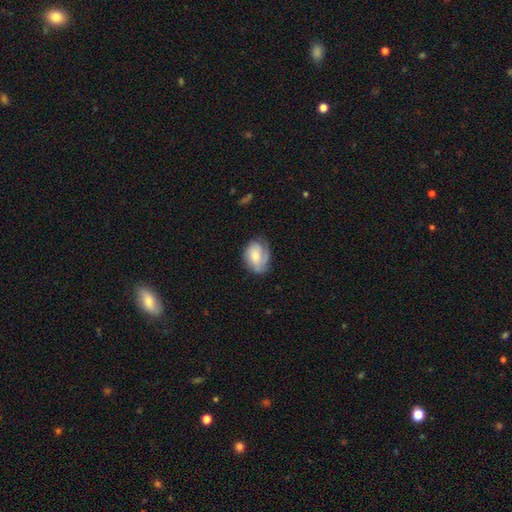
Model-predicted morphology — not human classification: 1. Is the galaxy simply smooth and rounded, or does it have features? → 56% smooth, 37% featured or disk, 7% star or artifact.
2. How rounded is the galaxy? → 72% in between, 27% round, 1% cigar-shaped.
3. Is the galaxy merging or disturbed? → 58% none, 28% minor disturbance, 12% major disturbance, 2% merger.